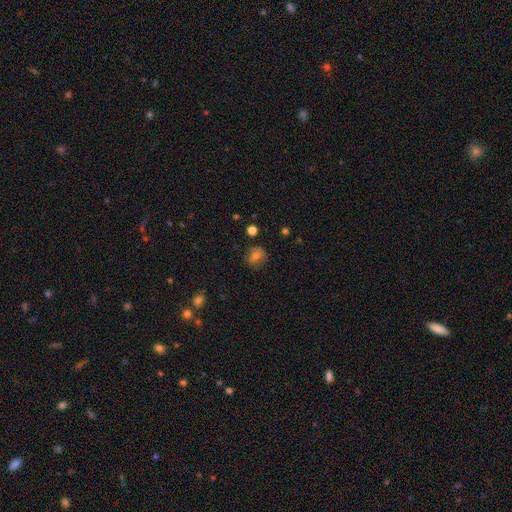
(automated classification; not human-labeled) Smooth or featured: smooth — 61% (featured or disk — 21%)
How rounded: round — 64% (in between — 34%)
Merging: none — 75% (minor disturbance — 17%)